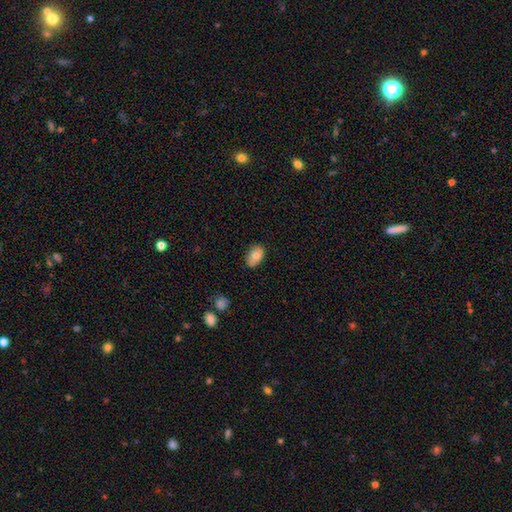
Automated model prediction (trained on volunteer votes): smooth 79%, featured or disk 13%, star or artifact 8%. Down the decision tree: how rounded — in between (88%); merging — none (70%).